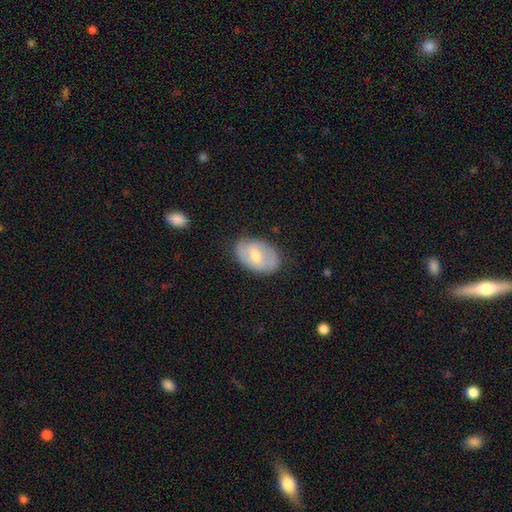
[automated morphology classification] This is likely a smooth galaxy (62%). How rounded: clearly in between (88%). Merging: likely none (77%).